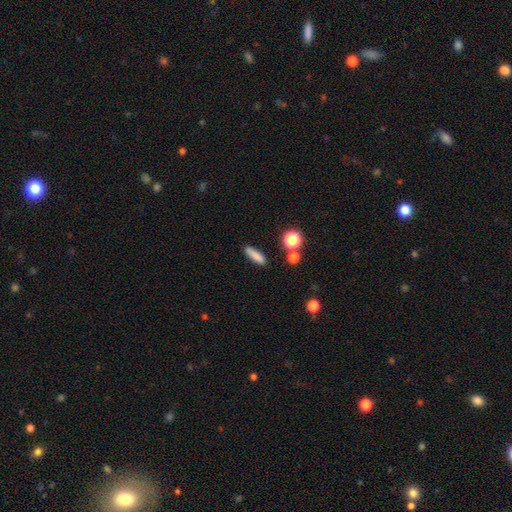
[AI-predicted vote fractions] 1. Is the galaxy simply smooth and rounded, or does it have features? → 82% smooth, 10% star or artifact, 8% featured or disk.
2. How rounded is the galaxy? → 64% cigar-shaped, 32% in between, 5% round.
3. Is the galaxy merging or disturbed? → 83% none, 11% minor disturbance, 3% merger, 3% major disturbance.